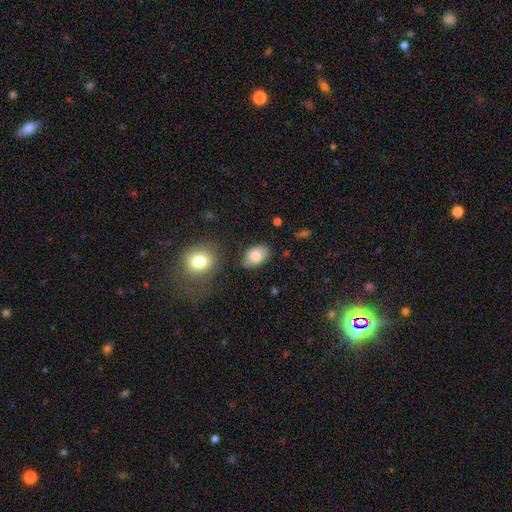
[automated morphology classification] This is clearly a smooth galaxy (80%). How rounded: clearly in between (88%). Merging: likely none (76%).